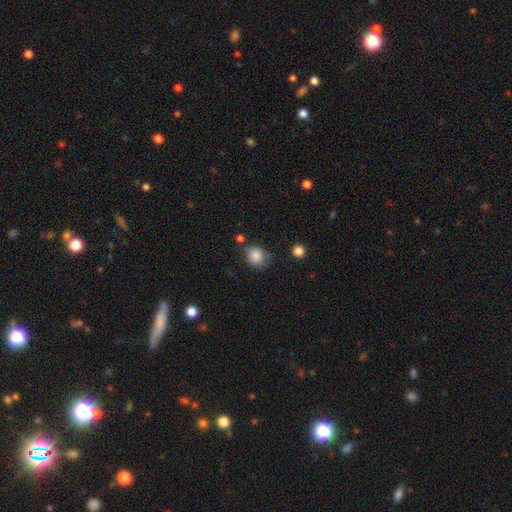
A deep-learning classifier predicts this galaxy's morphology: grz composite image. It shows a smooth galaxy with no disk features (85%) that is round (79%). Merging: none (60%).